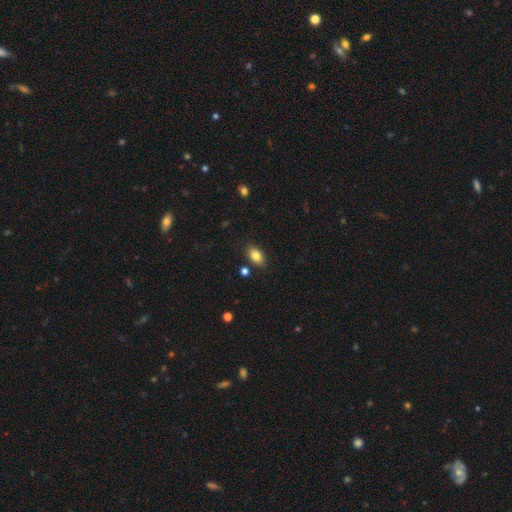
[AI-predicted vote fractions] Smooth or featured?
  - smooth: 83% *
  - featured or disk: 8%
  - star or artifact: 8%
How rounded?
  - in between: 89% *
  - round: 9%
  - cigar-shaped: 3%
Merging?
  - none: 83% *
  - minor disturbance: 11%
  - merger: 3%
  - major disturbance: 3%